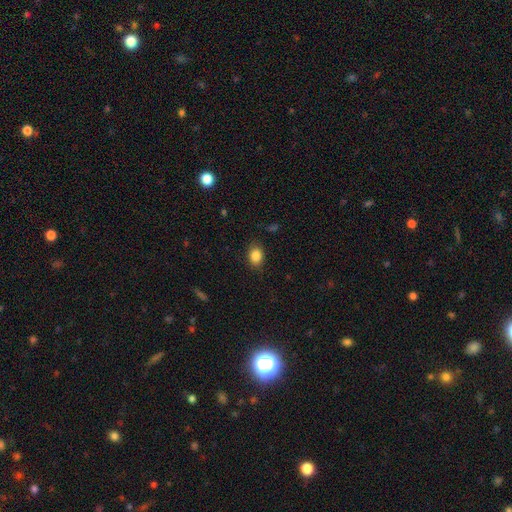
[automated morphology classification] type=smooth (86%); roundness=in between (69%); merging=none (84%).